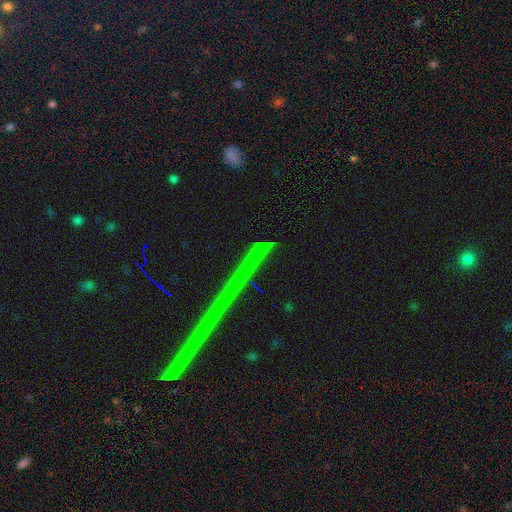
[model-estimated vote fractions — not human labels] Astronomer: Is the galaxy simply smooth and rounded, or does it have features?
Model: star or artifact — 69%.